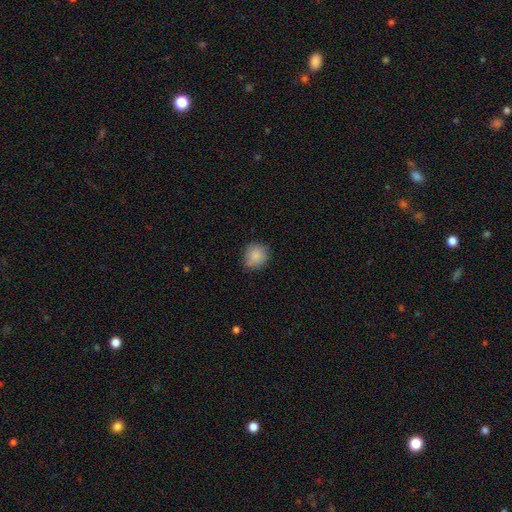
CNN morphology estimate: type=smooth (85%); roundness=round (82%); merging=none (76%).